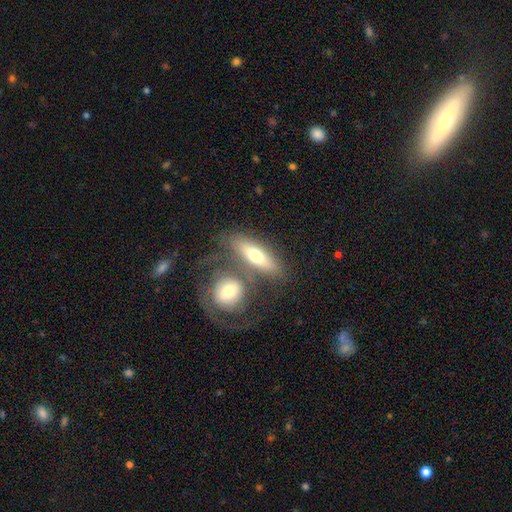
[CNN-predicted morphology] smooth_or_featured: smooth (p=0.61) [alt: featured or disk p=0.33]
how_rounded: in between (p=0.60) [alt: cigar-shaped p=0.32]
merging: none (p=0.49) [alt: merger p=0.32]